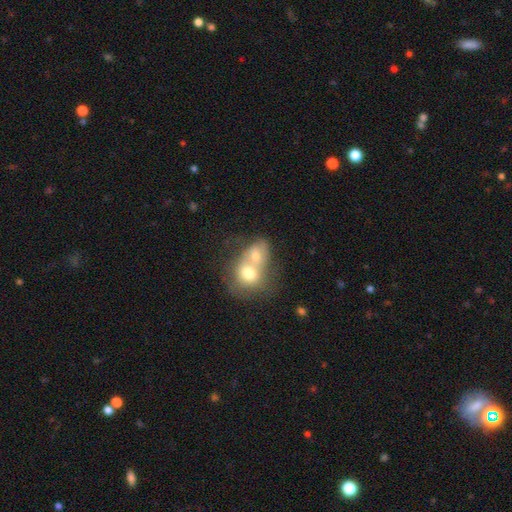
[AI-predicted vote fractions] A smooth galaxy with no disk features (65%) that is round (51%).

Vote fractions:
- Smooth or featured? smooth: 65% / featured or disk: 27% / star or artifact: 8%
- How rounded? round: 51% / in between: 47% / cigar-shaped: 1%
- Merging? merger: 79% / none: 12% / minor disturbance: 5% / major disturbance: 4%